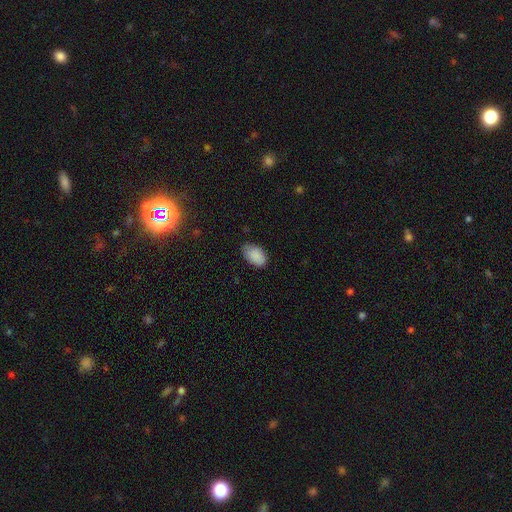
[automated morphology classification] Q: Smooth or featured?
A: smooth (88%); runner-up: star or artifact (7%)
Q: How rounded?
A: in between (92%); runner-up: round (7%)
Q: Merging?
A: none (73%); runner-up: minor disturbance (22%)